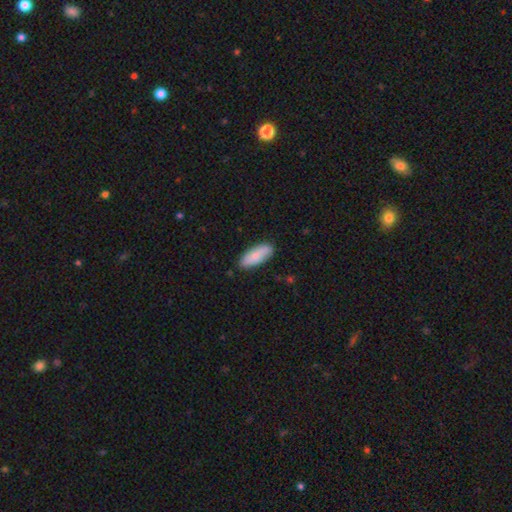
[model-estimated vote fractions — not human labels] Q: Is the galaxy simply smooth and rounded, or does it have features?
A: smooth — 77%.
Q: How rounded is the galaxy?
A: in between — 74%.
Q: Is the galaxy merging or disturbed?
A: none — 85%.